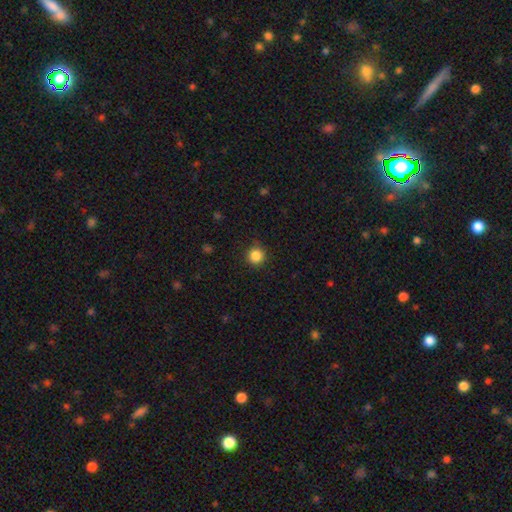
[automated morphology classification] type=smooth (86%); roundness=round (95%); merging=none (90%).